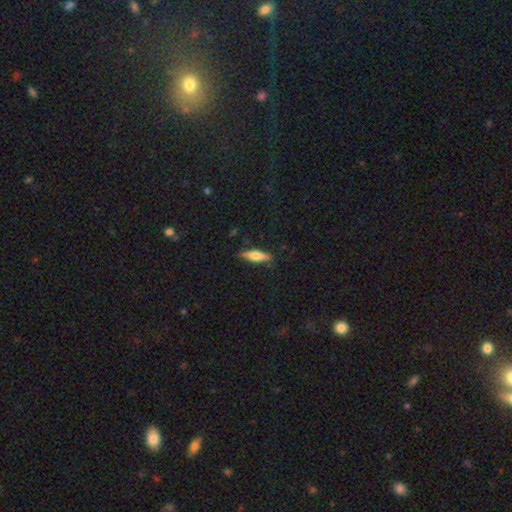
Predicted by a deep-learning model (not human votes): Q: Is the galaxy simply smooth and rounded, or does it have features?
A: smooth — 66%.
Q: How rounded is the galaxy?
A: cigar-shaped — 62%.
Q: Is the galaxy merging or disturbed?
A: none — 83%.